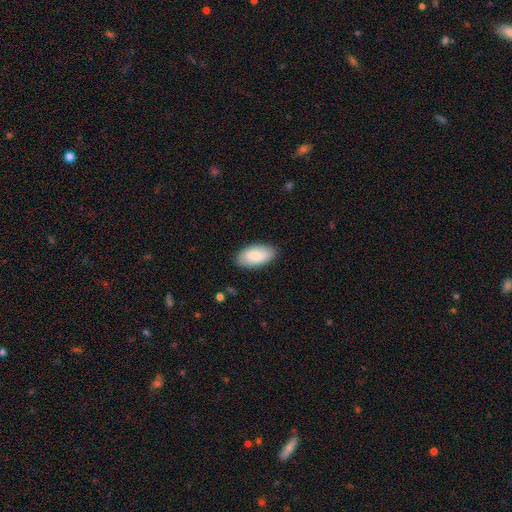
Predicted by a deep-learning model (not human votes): Morphology: type=smooth (85%); roundness=in between (95%); merging=none (87%).